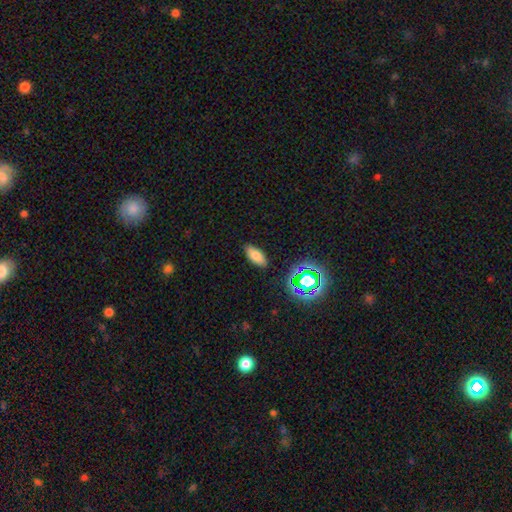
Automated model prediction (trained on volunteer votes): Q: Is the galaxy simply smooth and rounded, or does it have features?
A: smooth — 74%.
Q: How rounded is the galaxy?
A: in between — 89%.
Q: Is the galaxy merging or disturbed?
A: none — 88%.